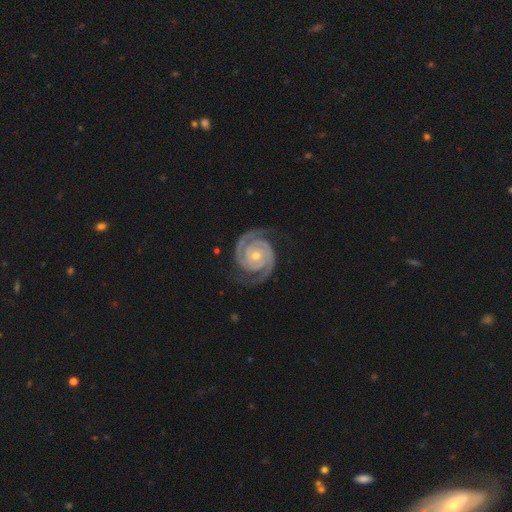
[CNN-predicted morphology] A featured or disk galaxy (94%) with no bar (75%), 2 (92%) tight (78%) spiral arms (99%) and a small central bulge (54%).

Vote fractions:
- Smooth or featured? featured or disk: 94% / star or artifact: 4% / smooth: 2%
- Edge-on disk? no: 98% / yes: 2%
- Bar? no: 75% / weak: 16% / strong: 9%
- Spiral arms? yes: 99% / no: 1%
- Spiral winding? tight: 78% / medium: 19% / loose: 3%
- Spiral arm count? 2: 92% / 3: 3% / can't tell: 2% / 4: 1% / 1: 1% / more than 4: 1%
- Bulge size? small: 54% / moderate: 43% / large: 1% / none: 1% / dominant: 1%
- Merging? none: 83% / minor disturbance: 12% / major disturbance: 4% / merger: 1%